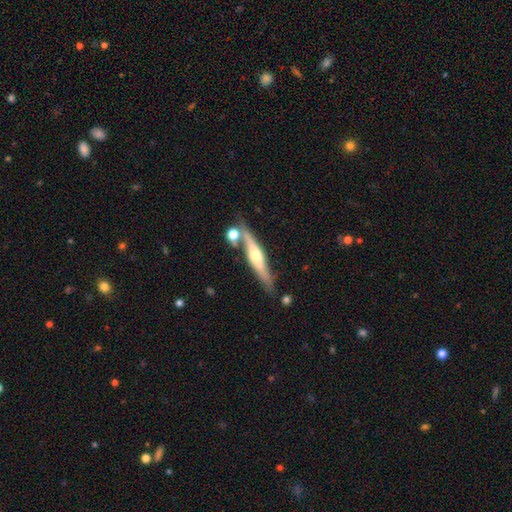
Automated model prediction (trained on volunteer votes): This appears to be a featured or disk galaxy (65%) viewed edge-on (93%) with a rounded central bulge (88%). Merging: none (70%).